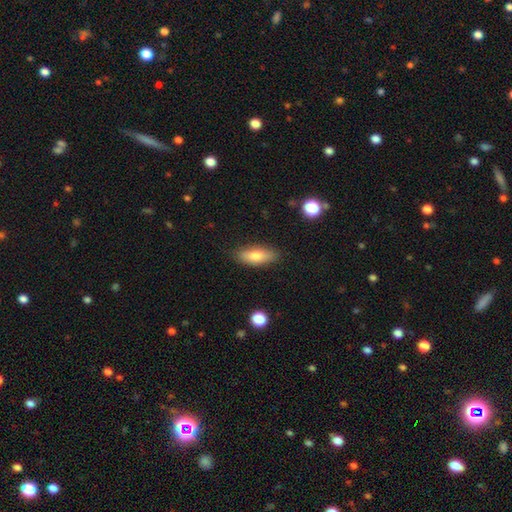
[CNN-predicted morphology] Smooth or featured?
  - smooth: 75% *
  - featured or disk: 18%
  - star or artifact: 7%
How rounded?
  - in between: 71% *
  - cigar-shaped: 26%
  - round: 3%
Merging?
  - none: 85% *
  - minor disturbance: 11%
  - major disturbance: 2%
  - merger: 1%